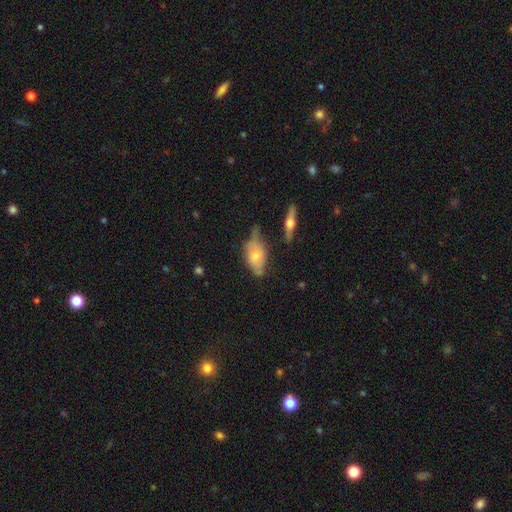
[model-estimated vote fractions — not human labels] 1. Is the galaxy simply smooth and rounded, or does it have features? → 51% smooth, 41% featured or disk, 8% star or artifact.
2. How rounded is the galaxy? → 86% in between, 8% cigar-shaped, 6% round.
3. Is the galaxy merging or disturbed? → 47% none, 34% minor disturbance, 11% major disturbance, 8% merger.